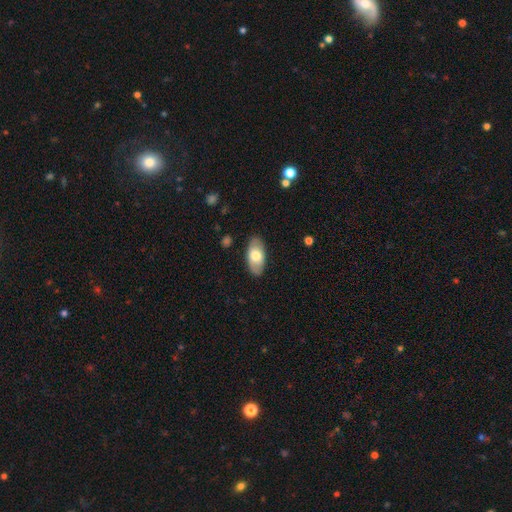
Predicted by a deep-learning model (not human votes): This is likely a smooth galaxy (70%). How rounded: clearly in between (93%). Merging: clearly none (87%).